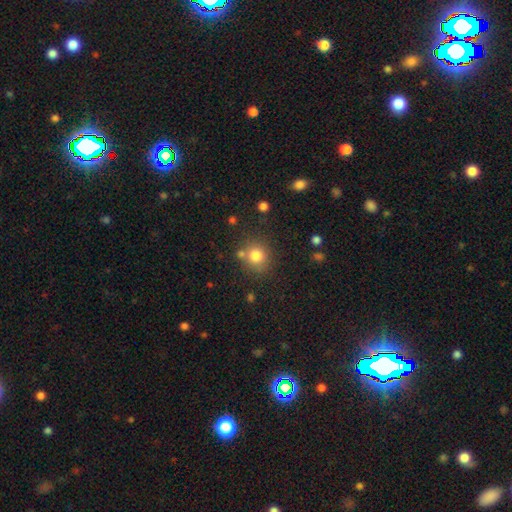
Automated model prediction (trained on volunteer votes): A smooth galaxy with no disk features (80%) that is round (87%). Merging: none (73%).